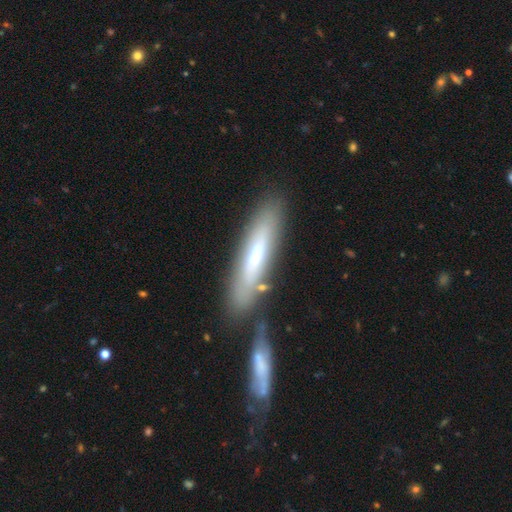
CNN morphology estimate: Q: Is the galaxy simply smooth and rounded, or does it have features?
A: smooth — 59%.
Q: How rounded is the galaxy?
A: cigar-shaped — 79%.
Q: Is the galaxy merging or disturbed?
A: none — 66%.